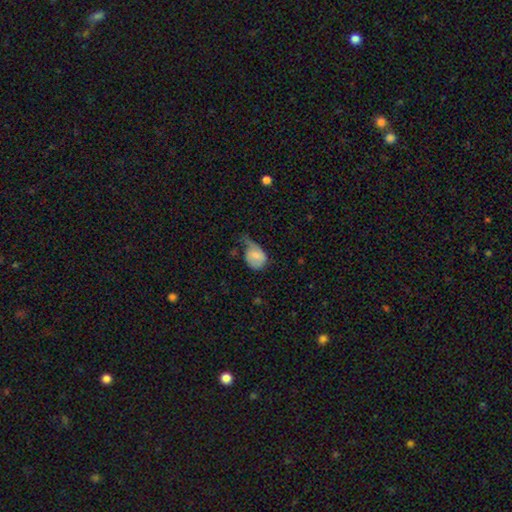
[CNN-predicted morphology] Smooth or featured?
  - smooth: 61% *
  - featured or disk: 32%
  - star or artifact: 7%
How rounded?
  - in between: 62% *
  - round: 37%
  - cigar-shaped: 1%
Merging?
  - major disturbance: 40% *
  - minor disturbance: 37%
  - none: 21%
  - merger: 3%